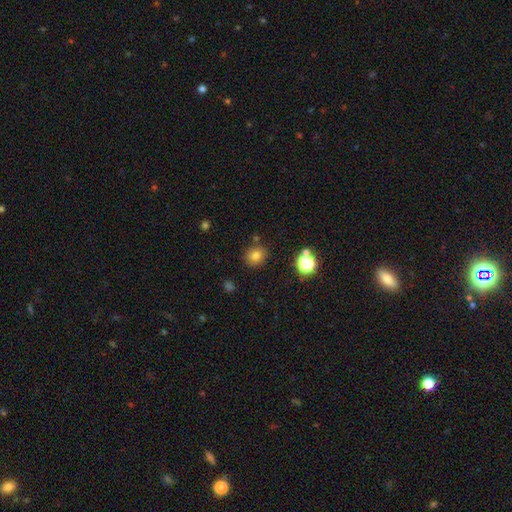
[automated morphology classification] Overall: smooth (77%). How rounded: round (82%). Merging: none (82%).